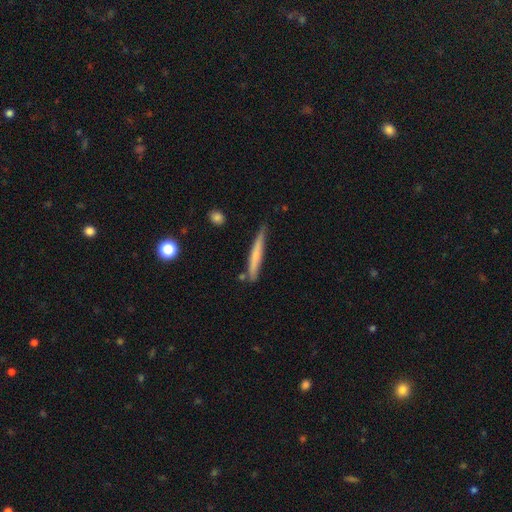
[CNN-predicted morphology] Q: Smooth or featured?
A: smooth (56%); runner-up: featured or disk (38%)
Q: How rounded?
A: cigar-shaped (95%); runner-up: in between (3%)
Q: Merging?
A: none (75%); runner-up: minor disturbance (18%)